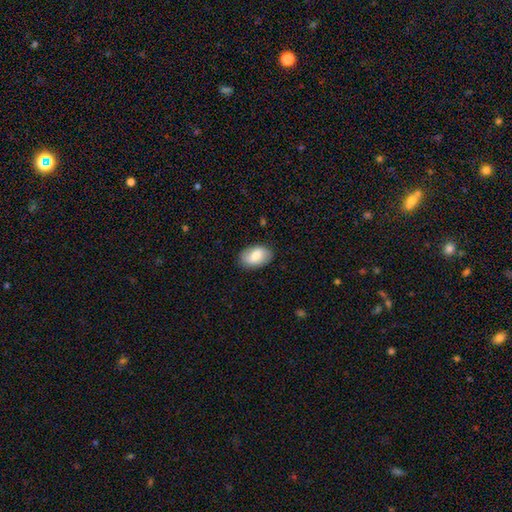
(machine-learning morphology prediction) The model was most divided on "smooth or featured": smooth: 70%, featured or disk: 24%, star or artifact: 6%. More confident: how rounded — in between (90%); merging — none (86%).